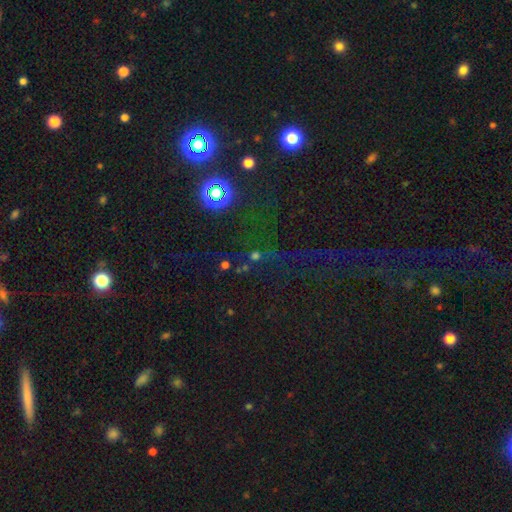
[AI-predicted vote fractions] Smooth or featured: star or artifact — 69% (smooth — 22%)